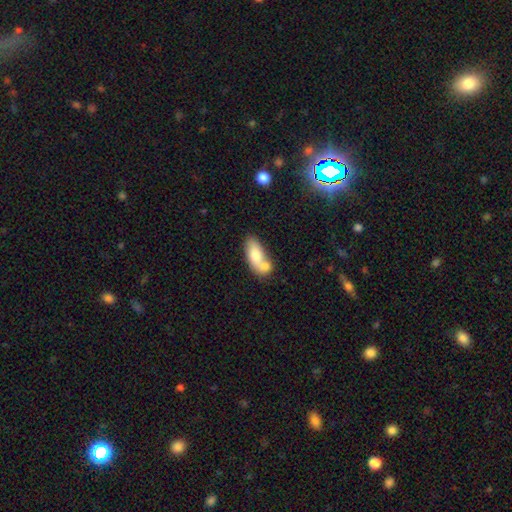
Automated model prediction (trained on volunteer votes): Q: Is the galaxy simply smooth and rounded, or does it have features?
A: smooth — 75%.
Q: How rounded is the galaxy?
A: in between — 84%.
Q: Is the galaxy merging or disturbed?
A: merger — 52%.